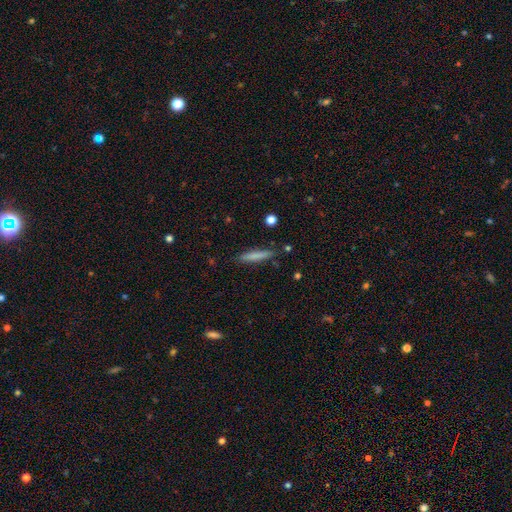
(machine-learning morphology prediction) A smooth galaxy with no disk features (76%) that is cigar-shaped (91%).

Vote fractions:
- Smooth or featured? smooth: 76% / featured or disk: 17% / star or artifact: 6%
- How rounded? cigar-shaped: 91% / in between: 7% / round: 1%
- Merging? none: 86% / minor disturbance: 10% / merger: 2% / major disturbance: 2%